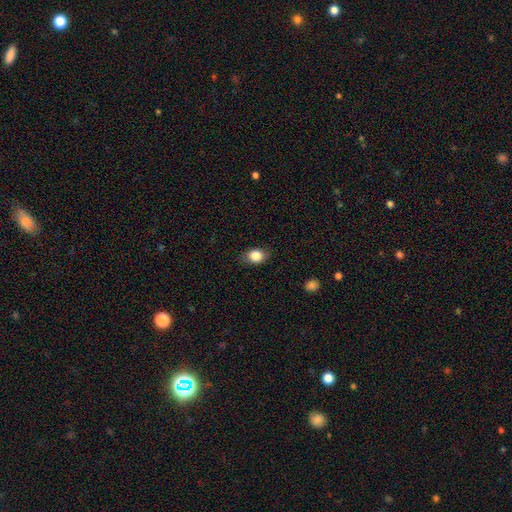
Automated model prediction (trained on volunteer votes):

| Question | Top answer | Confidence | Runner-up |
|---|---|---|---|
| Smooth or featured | smooth | 83% | featured or disk (9%) |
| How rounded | in between | 63% | round (35%) |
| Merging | none | 78% | minor disturbance (17%) |